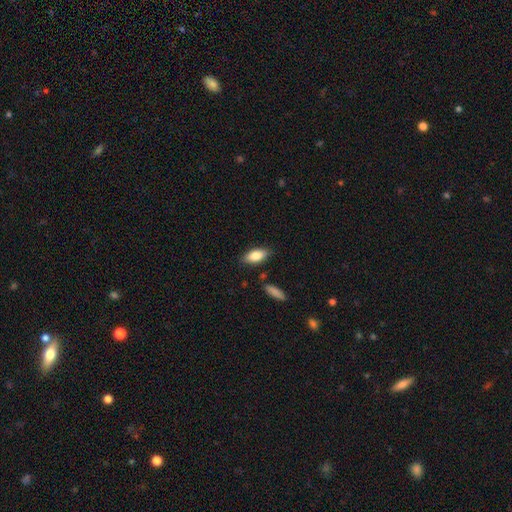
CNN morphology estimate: Smooth or featured?
  - smooth: 85% *
  - featured or disk: 9%
  - star or artifact: 6%
How rounded?
  - in between: 86% *
  - cigar-shaped: 11%
  - round: 3%
Merging?
  - none: 83% *
  - minor disturbance: 12%
  - merger: 3%
  - major disturbance: 2%